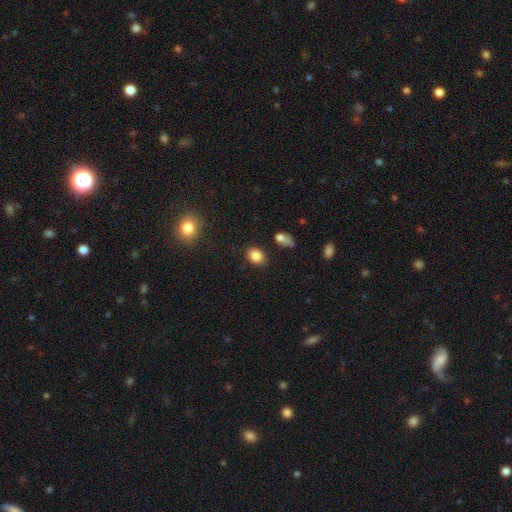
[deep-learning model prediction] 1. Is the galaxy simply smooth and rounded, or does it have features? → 85% smooth, 10% star or artifact, 5% featured or disk.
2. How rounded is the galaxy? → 67% in between, 32% round, 1% cigar-shaped.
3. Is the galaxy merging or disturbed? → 82% none, 12% minor disturbance, 3% merger, 3% major disturbance.